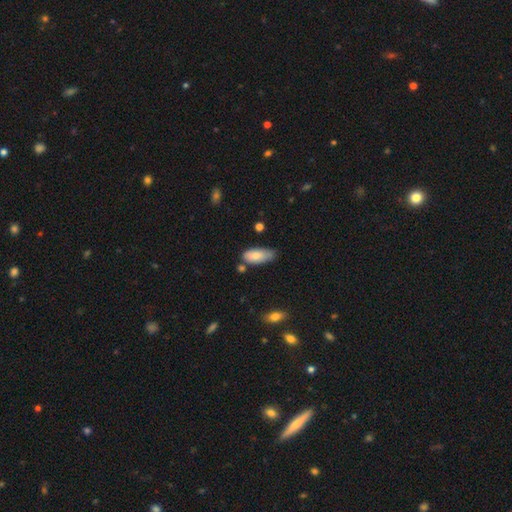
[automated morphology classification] Smooth or featured? smooth (76%)
How rounded? in between (88%)
Merging? none (52%)